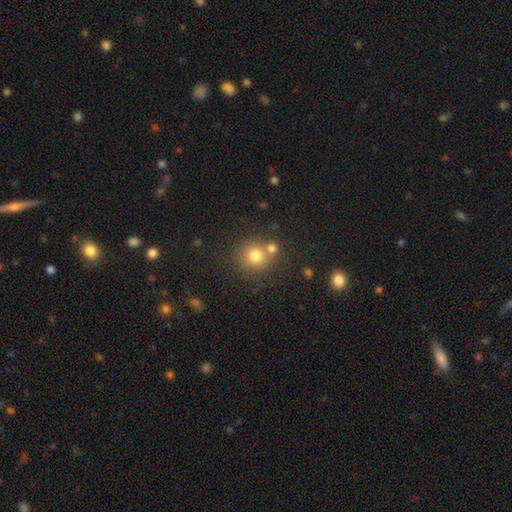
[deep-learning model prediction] smooth-or-featured: smooth: 77% | star or artifact: 13% | featured or disk: 9%
  how-rounded: round: 90% | in between: 9% | cigar-shaped: 1%
  merging: none: 61% | merger: 26% | minor disturbance: 9% | major disturbance: 3%